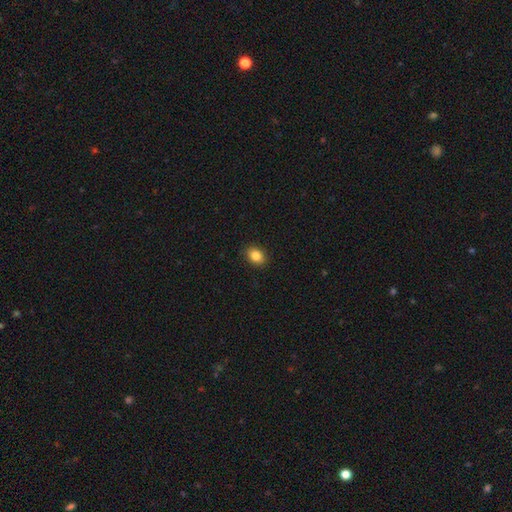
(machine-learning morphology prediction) smooth_or_featured: smooth (p=0.85) [alt: star or artifact p=0.10]
how_rounded: in between (p=0.62) [alt: round p=0.37]
merging: none (p=0.90) [alt: minor disturbance p=0.07]